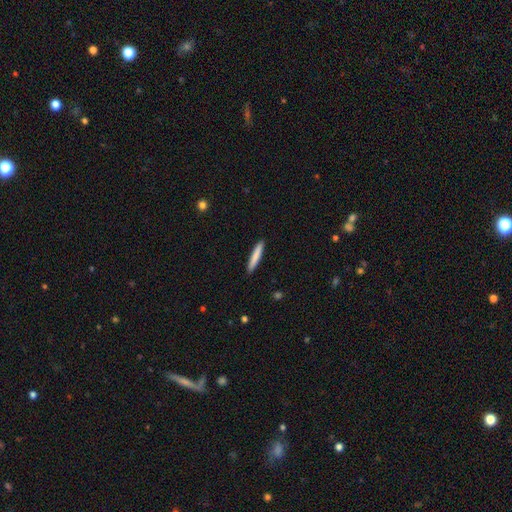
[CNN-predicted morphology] This appears to be a smooth galaxy with no disk features (82%) that is cigar-shaped (94%). Merging: none (92%).